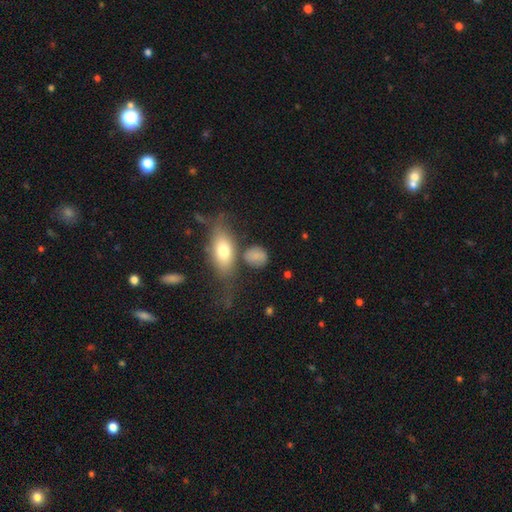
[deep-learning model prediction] The model was most divided on "how rounded": round: 52%, in between: 44%, cigar-shaped: 4%. More confident: smooth or featured — smooth (79%); merging — none (62%).